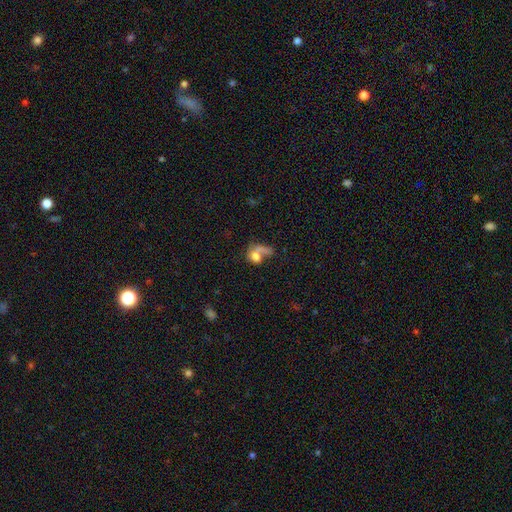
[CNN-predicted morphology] Smooth or featured? smooth (67%)
How rounded? in between (52%)
Merging? merger (40%)